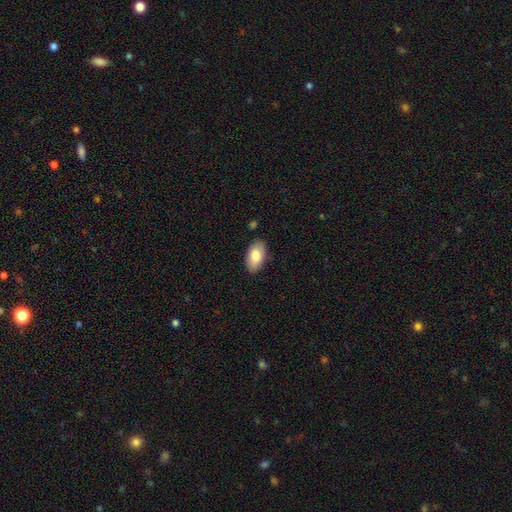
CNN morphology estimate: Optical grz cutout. It shows a smooth galaxy with no disk features (82%) that is in between round and cigar-shaped (94%). Merging: none (85%).